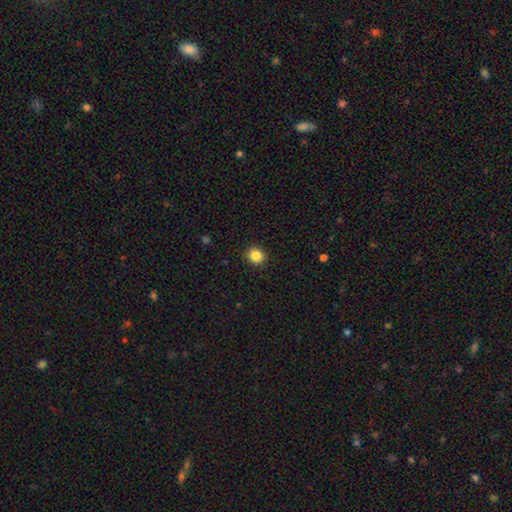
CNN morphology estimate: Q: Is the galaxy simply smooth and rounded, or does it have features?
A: smooth — 85%.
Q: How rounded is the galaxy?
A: round — 84%.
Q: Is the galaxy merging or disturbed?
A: none — 91%.